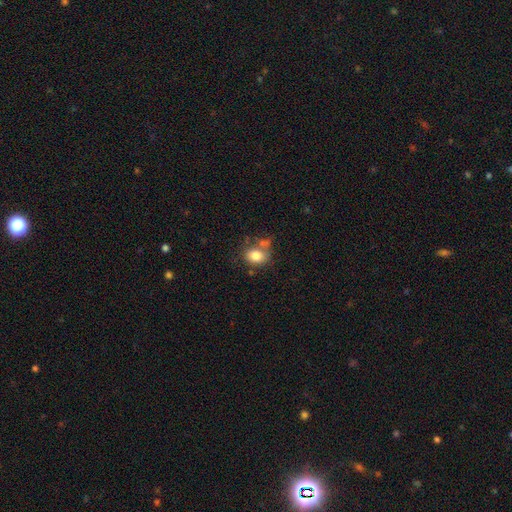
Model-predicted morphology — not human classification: Smooth or featured: smooth — 80% (featured or disk — 11%)
How rounded: in between — 54% (round — 45%)
Merging: none — 51% (merger — 23%)